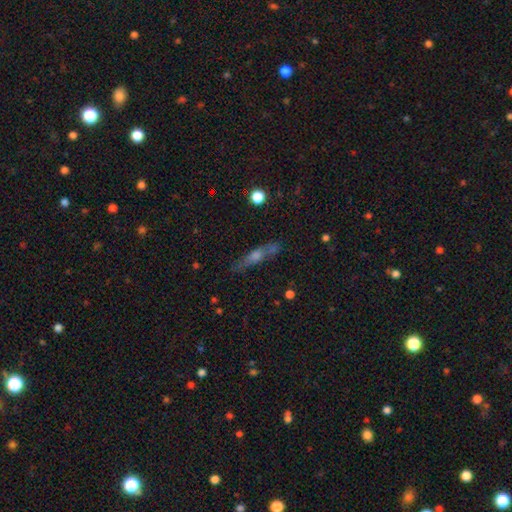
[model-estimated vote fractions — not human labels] featured or disk 48%, smooth 40%, star or artifact 13%. Down the decision tree: merging — none (74%).